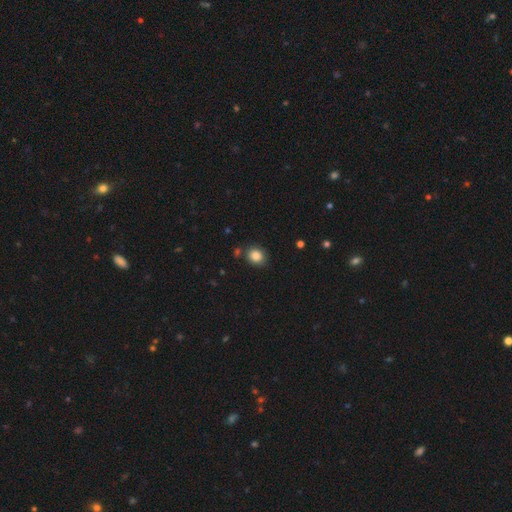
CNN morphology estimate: Q: Smooth or featured?
A: smooth (86%); runner-up: star or artifact (10%)
Q: How rounded?
A: round (65%); runner-up: in between (34%)
Q: Merging?
A: none (79%); runner-up: minor disturbance (12%)